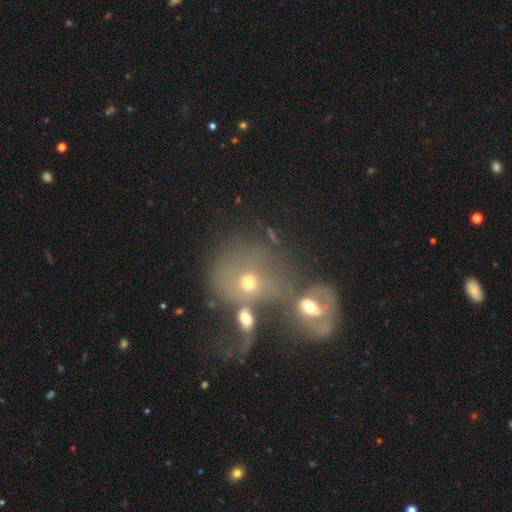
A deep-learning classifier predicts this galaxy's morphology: Q: Smooth or featured?
A: featured or disk (40%); runner-up: smooth (39%)
Q: Merging?
A: merger (74%); runner-up: none (13%)